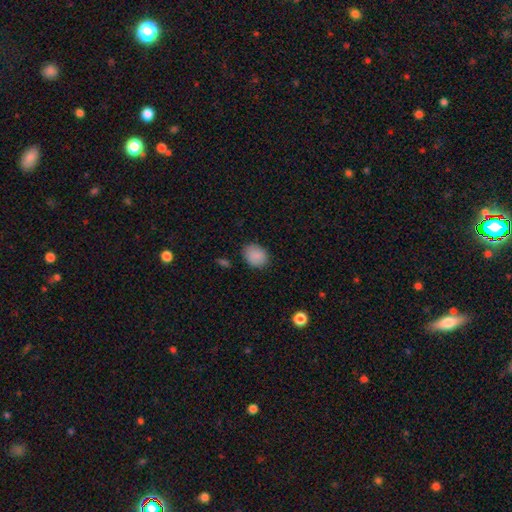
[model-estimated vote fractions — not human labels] This is clearly a smooth galaxy (88%). How rounded: possibly in between (54%). Merging: clearly none (84%).